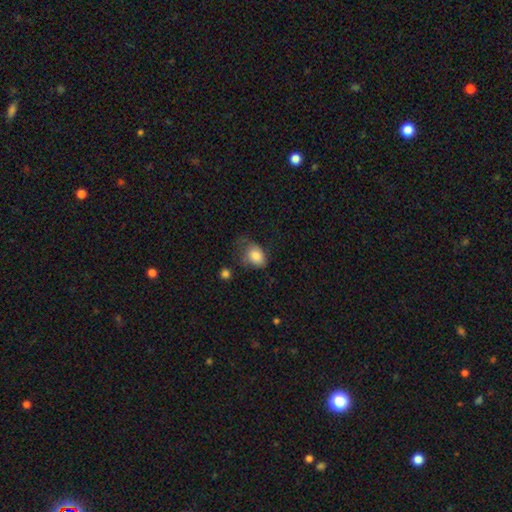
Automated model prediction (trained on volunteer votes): A smooth galaxy with no disk features (79%) that is in between round and cigar-shaped (70%).

Vote fractions:
- Smooth or featured? smooth: 79% / featured or disk: 13% / star or artifact: 8%
- How rounded? in between: 70% / round: 28% / cigar-shaped: 1%
- Merging? none: 39% / minor disturbance: 34% / major disturbance: 24% / merger: 3%